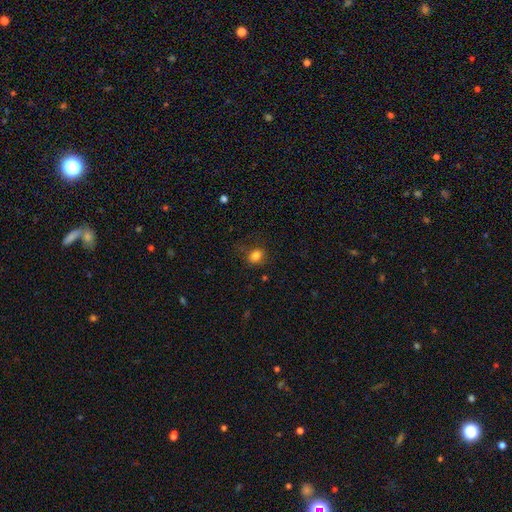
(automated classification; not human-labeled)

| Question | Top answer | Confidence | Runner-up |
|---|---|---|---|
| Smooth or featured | smooth | 81% | star or artifact (13%) |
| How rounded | round | 57% | in between (42%) |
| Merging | none | 75% | minor disturbance (17%) |